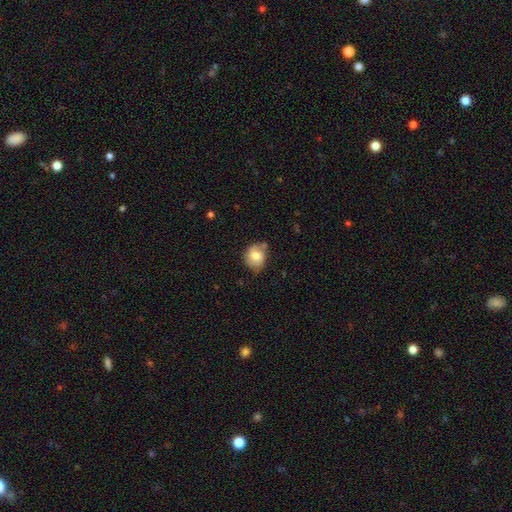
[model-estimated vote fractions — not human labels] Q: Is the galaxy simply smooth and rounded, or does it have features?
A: smooth — 63%.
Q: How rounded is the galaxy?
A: round — 61%.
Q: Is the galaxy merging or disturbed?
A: none — 56%.